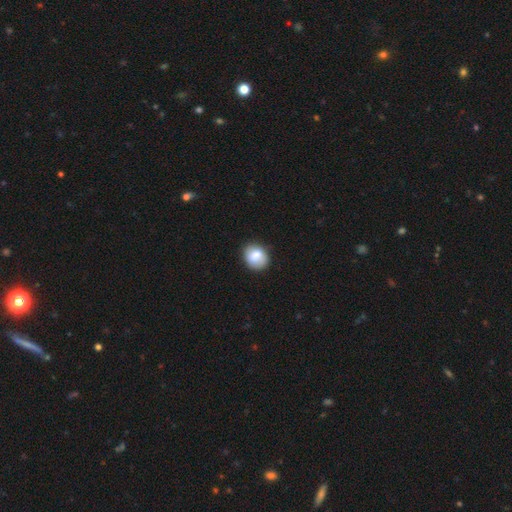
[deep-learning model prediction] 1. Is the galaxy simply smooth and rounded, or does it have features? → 80% smooth, 13% featured or disk, 8% star or artifact.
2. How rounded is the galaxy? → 65% round, 34% in between, 1% cigar-shaped.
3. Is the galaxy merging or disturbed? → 74% none, 19% minor disturbance, 5% major disturbance, 2% merger.